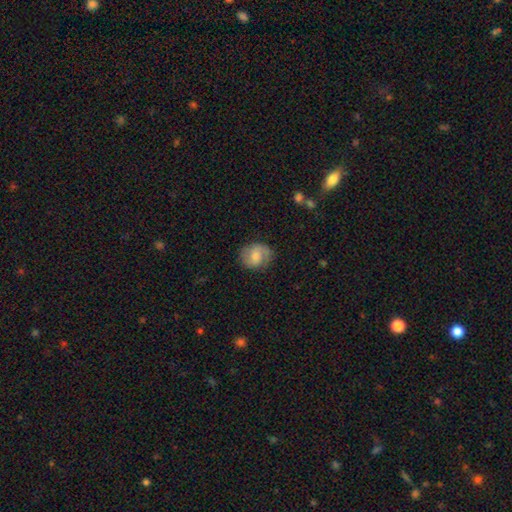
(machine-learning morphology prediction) The model was most divided on "smooth or featured": smooth: 47%, featured or disk: 46%, star or artifact: 8%. More confident: merging — none (74%).